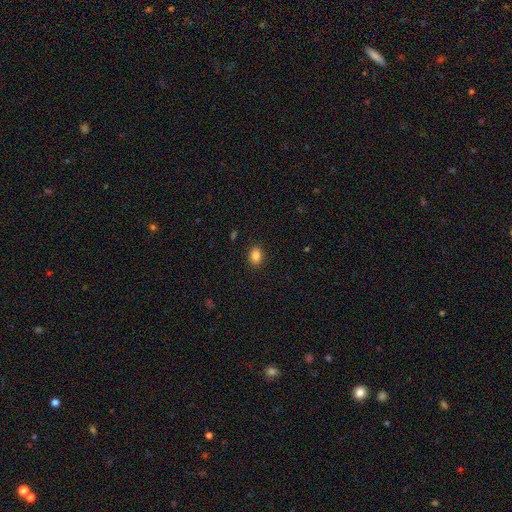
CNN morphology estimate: smooth 86%, star or artifact 10%, featured or disk 4%. Down the decision tree: how rounded — in between (64%); merging — none (89%).